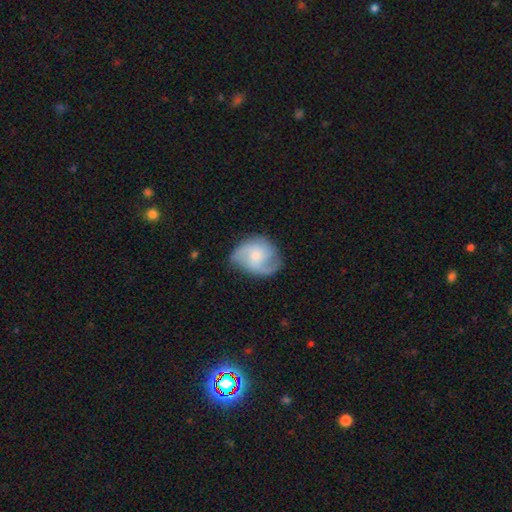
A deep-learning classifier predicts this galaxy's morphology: This appears to be a featured or disk galaxy (67%) with no bar (66%), 2 (50%) medium (48%) spiral arms (92%) and a small central bulge (44%). Merging: none (65%).